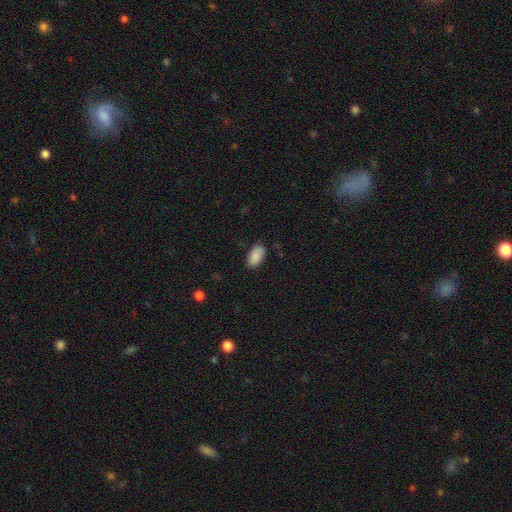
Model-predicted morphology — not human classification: This appears to be a smooth galaxy with no disk features (89%) that is in between round and cigar-shaped (95%). Merging: none (85%).